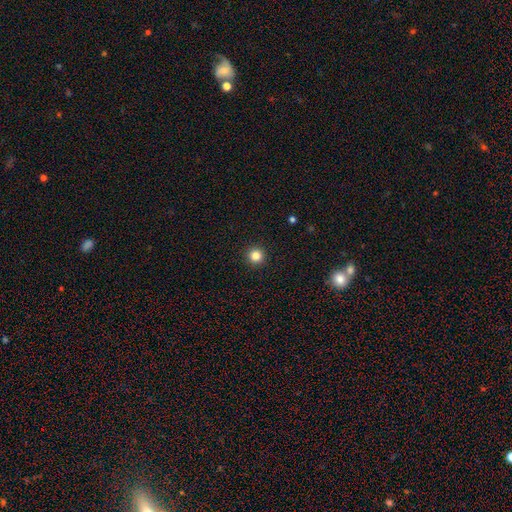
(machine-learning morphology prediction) Q: Smooth or featured?
A: smooth (83%); runner-up: star or artifact (12%)
Q: How rounded?
A: round (96%); runner-up: in between (3%)
Q: Merging?
A: none (94%); runner-up: minor disturbance (4%)